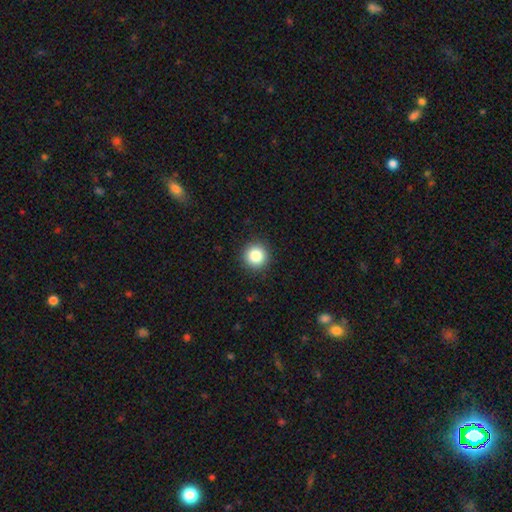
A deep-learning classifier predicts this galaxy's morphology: Smooth or featured?
  - smooth: 84% *
  - star or artifact: 10%
  - featured or disk: 5%
How rounded?
  - round: 95% *
  - in between: 4%
  - cigar-shaped: 1%
Merging?
  - none: 92% *
  - minor disturbance: 5%
  - major disturbance: 2%
  - merger: 1%